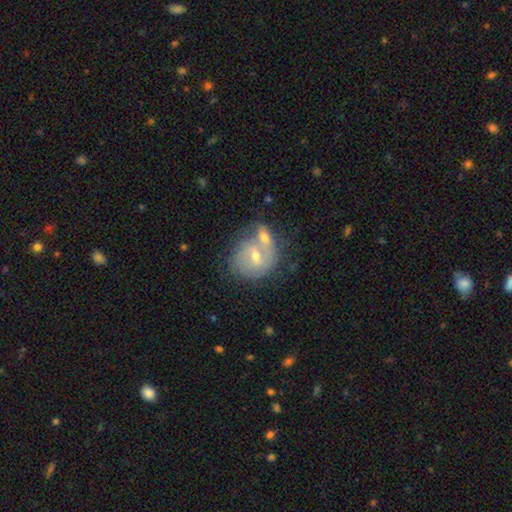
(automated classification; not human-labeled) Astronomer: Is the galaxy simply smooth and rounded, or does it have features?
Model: featured or disk — 57% (runner-up: smooth, 35%).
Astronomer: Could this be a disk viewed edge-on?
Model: no — 96%.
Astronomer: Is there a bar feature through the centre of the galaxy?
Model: weak — 47% (runner-up: no, 39%).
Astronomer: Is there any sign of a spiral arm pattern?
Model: yes — 66%.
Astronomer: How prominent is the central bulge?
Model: moderate — 54% (runner-up: small, 41%).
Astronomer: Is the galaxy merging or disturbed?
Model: merger — 43% (runner-up: none, 38%).